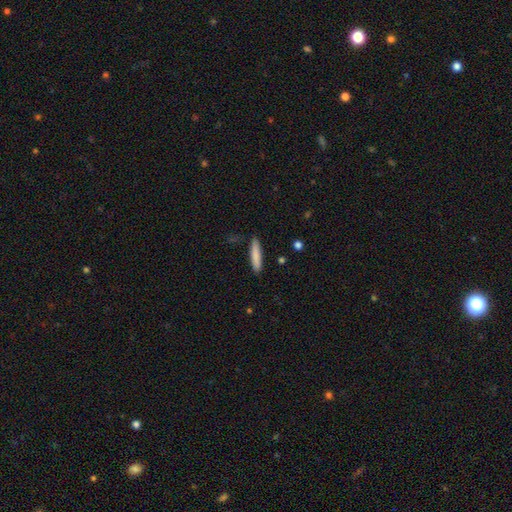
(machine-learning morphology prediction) The model was most divided on "how rounded": cigar-shaped: 85%, in between: 13%, round: 1%. More confident: merging — none (87%); smooth or featured — smooth (84%).